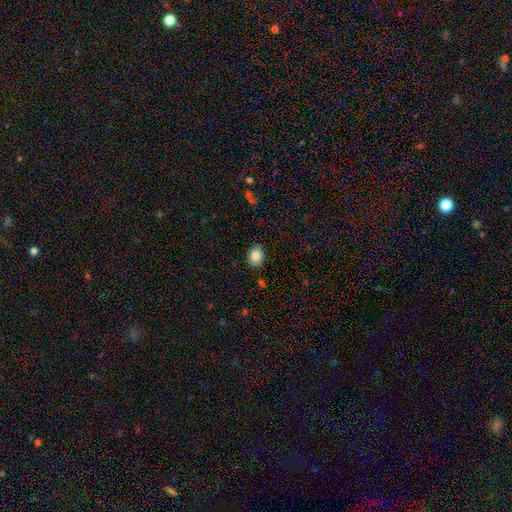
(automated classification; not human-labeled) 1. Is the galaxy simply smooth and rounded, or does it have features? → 85% smooth, 9% star or artifact, 6% featured or disk.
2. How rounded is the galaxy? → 54% in between, 46% round, 1% cigar-shaped.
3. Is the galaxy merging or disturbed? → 83% none, 13% minor disturbance, 2% major disturbance, 1% merger.